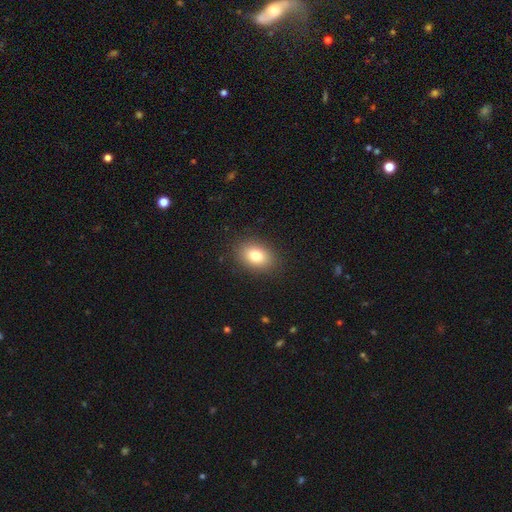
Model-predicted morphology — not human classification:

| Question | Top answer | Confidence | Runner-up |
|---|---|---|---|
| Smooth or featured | smooth | 81% | star or artifact (10%) |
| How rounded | in between | 76% | round (23%) |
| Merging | none | 88% | minor disturbance (9%) |